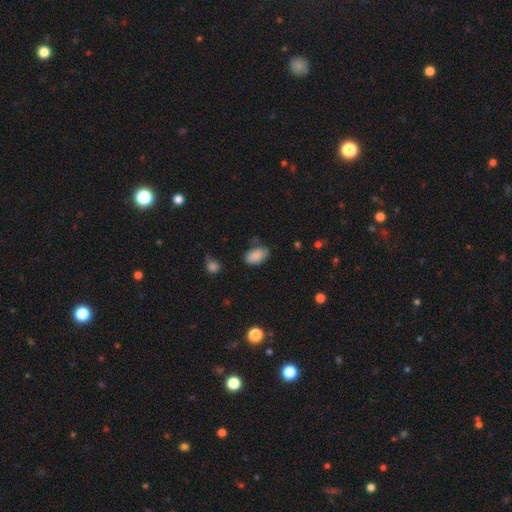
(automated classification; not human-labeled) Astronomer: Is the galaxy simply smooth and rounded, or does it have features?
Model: smooth — 85%.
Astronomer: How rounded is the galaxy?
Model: in between — 92%.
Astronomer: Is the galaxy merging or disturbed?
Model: none — 66%.